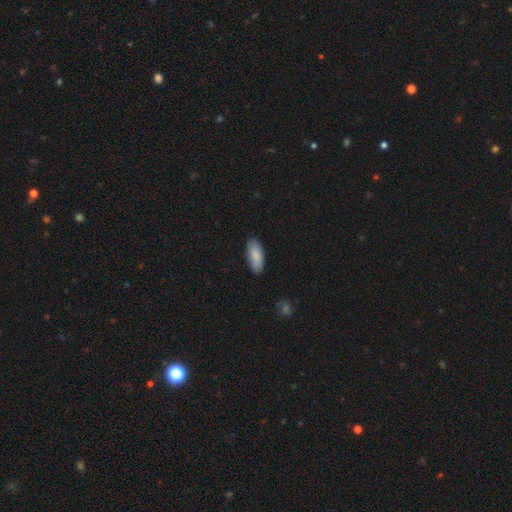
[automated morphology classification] smooth 87%, featured or disk 7%, star or artifact 6%. Down the decision tree: how rounded — in between (82%); merging — none (87%).